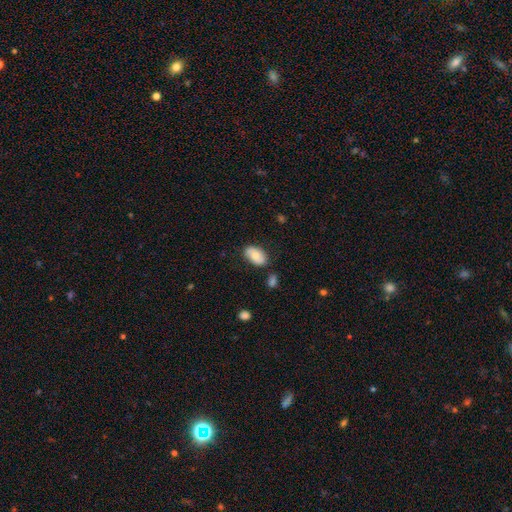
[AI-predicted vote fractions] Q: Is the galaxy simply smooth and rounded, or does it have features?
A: smooth — 66%.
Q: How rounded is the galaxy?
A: in between — 92%.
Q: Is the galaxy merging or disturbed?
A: none — 75%.